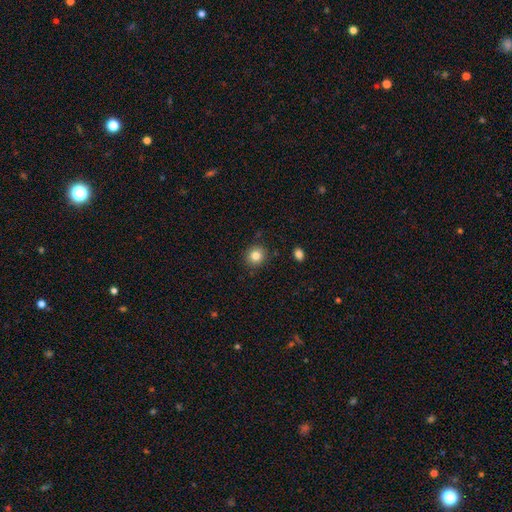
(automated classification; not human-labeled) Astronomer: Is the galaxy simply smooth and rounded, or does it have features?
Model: smooth — 83%.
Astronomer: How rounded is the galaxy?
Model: round — 85%.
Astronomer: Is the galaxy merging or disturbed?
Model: none — 88%.